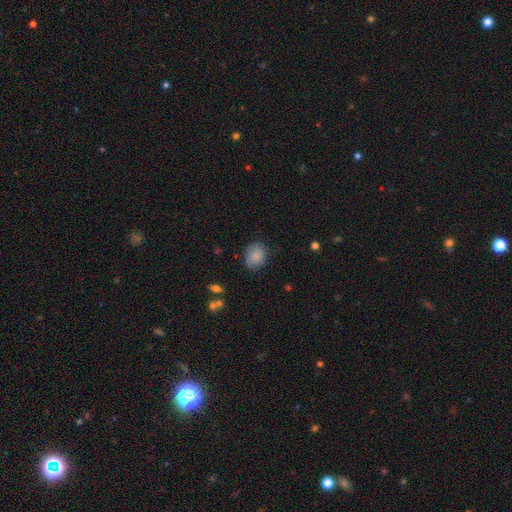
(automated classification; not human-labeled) The model was most divided on "how rounded": in between: 51%, round: 48%, cigar-shaped: 1%. More confident: smooth or featured — smooth (82%); merging — none (75%).